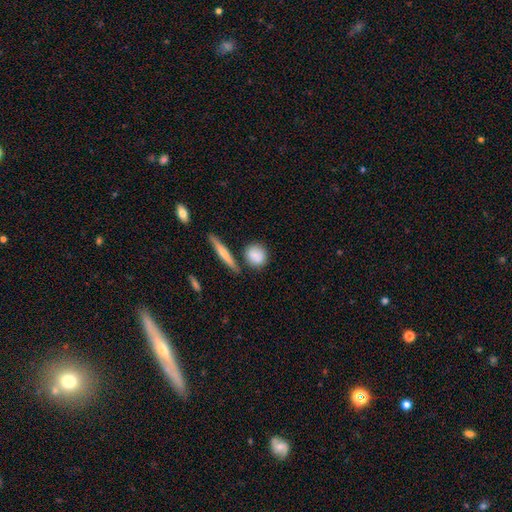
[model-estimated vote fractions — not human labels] The model was most divided on "how rounded": round: 74%, in between: 19%, cigar-shaped: 7%. More confident: smooth or featured — smooth (83%); merging — none (73%).